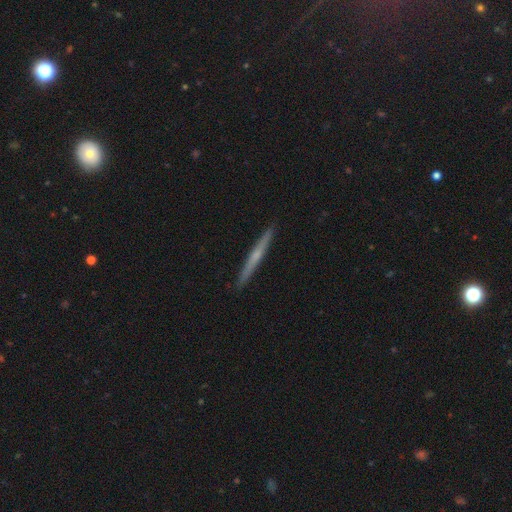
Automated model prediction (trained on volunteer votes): Overall: featured or disk (58%; smooth 37%). Edge-on disk: yes (97%). Edge-on bulge: none (52%; rounded 43%). Merging: none (92%).